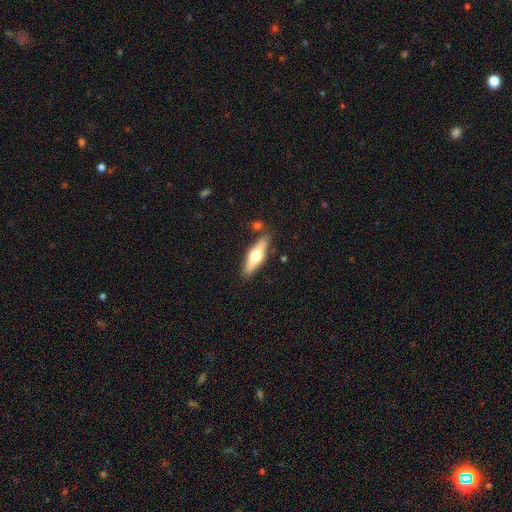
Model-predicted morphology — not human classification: Smooth or featured: smooth — 48% (featured or disk — 46%)
Merging: none — 83% (minor disturbance — 11%)